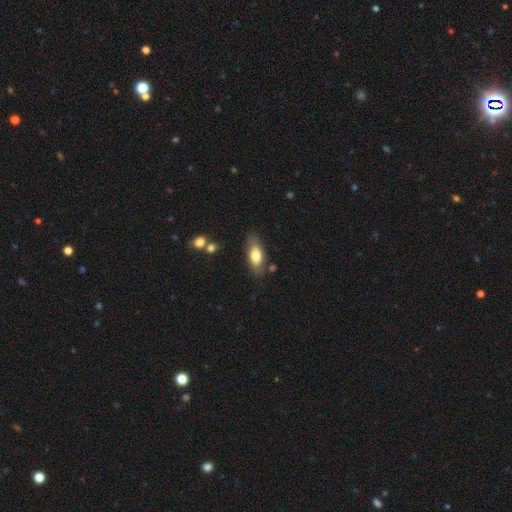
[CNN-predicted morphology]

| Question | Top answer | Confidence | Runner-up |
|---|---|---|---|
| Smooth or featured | smooth | 74% | featured or disk (19%) |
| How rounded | in between | 84% | cigar-shaped (12%) |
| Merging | none | 76% | minor disturbance (15%) |